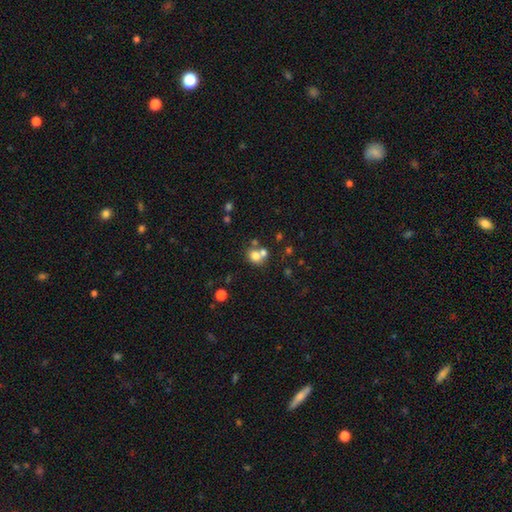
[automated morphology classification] smooth 73%, star or artifact 14%, featured or disk 13%. Down the decision tree: how rounded — round (72%); merging — none (46%).